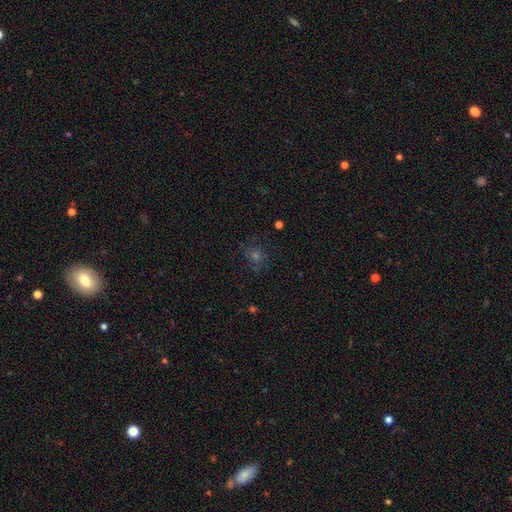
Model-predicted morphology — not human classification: Overall: smooth (38%; star or artifact 37%). Merging: none (77%).